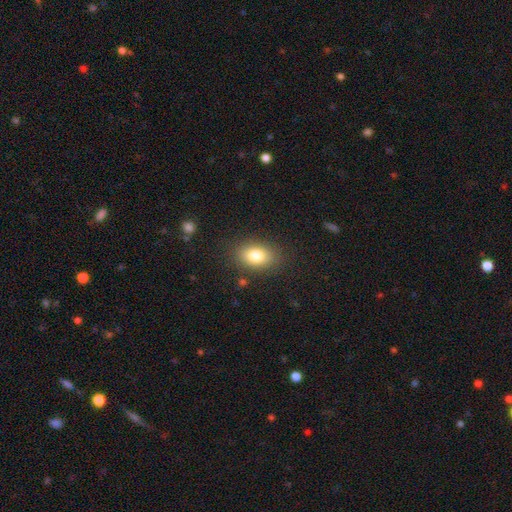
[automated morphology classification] Q: Smooth or featured?
A: smooth (80%); runner-up: featured or disk (10%)
Q: How rounded?
A: in between (80%); runner-up: round (19%)
Q: Merging?
A: none (85%); runner-up: minor disturbance (10%)